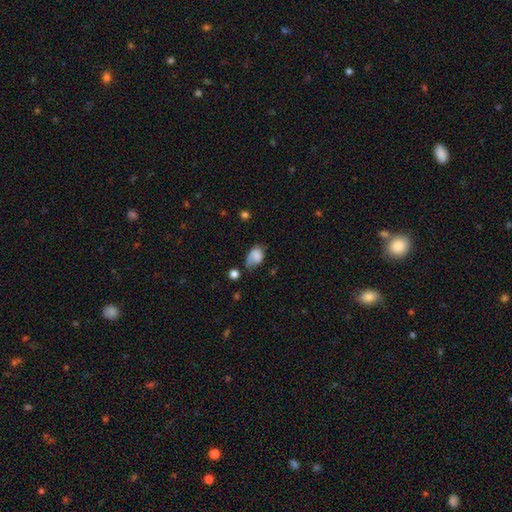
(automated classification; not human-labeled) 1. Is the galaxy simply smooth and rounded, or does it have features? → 70% smooth, 21% featured or disk, 9% star or artifact.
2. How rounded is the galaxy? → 82% in between, 17% round, 1% cigar-shaped.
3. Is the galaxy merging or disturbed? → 35% minor disturbance (tied), 35% none (tied), 24% major disturbance, 5% merger.